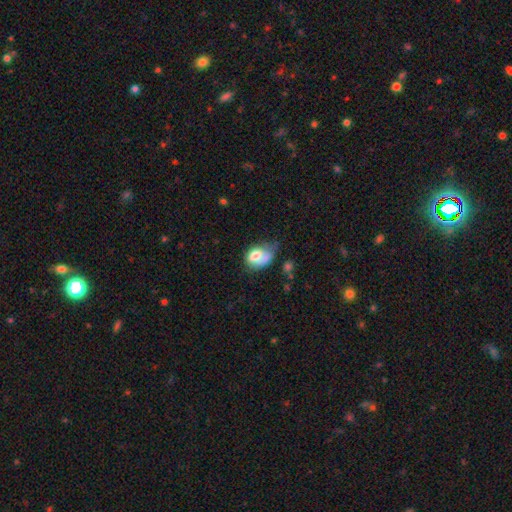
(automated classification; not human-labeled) Smooth or featured? smooth (67%)
How rounded? in between (74%)
Merging? minor disturbance (32%)